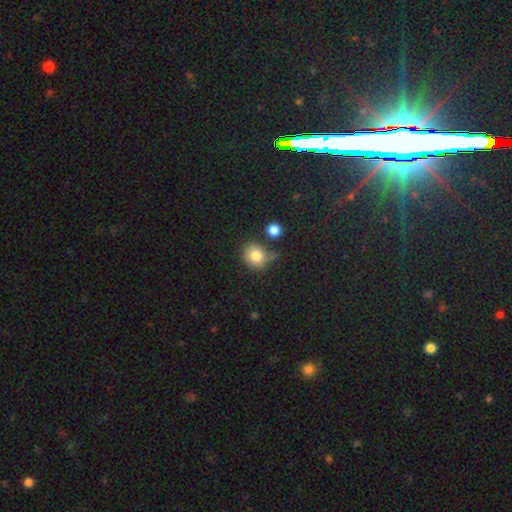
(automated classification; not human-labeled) smooth_or_featured: smooth (p=0.81) [alt: star or artifact p=0.10]
how_rounded: round (p=0.75) [alt: in between p=0.24]
merging: none (p=0.58) [alt: minor disturbance p=0.21]